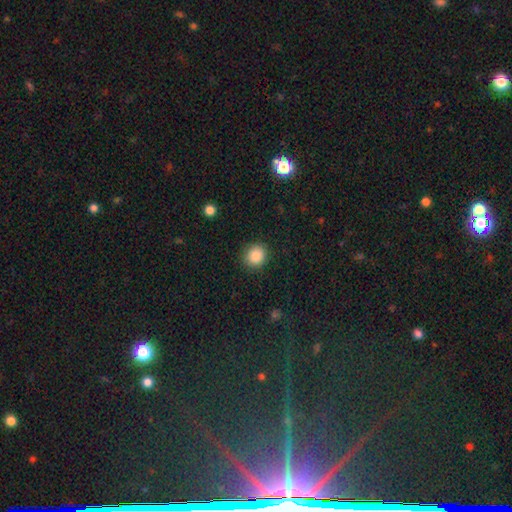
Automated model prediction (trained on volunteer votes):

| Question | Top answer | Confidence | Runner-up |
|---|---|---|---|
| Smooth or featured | smooth | 87% | star or artifact (9%) |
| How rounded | round | 81% | in between (18%) |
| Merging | none | 89% | minor disturbance (8%) |